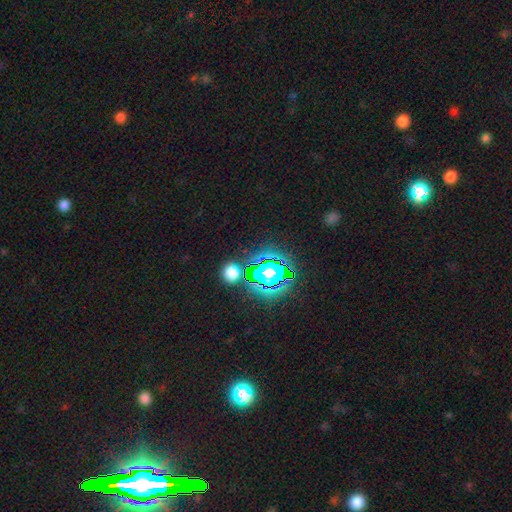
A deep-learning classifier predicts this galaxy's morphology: This is clearly a star or artifact rather than a galaxy (81%).